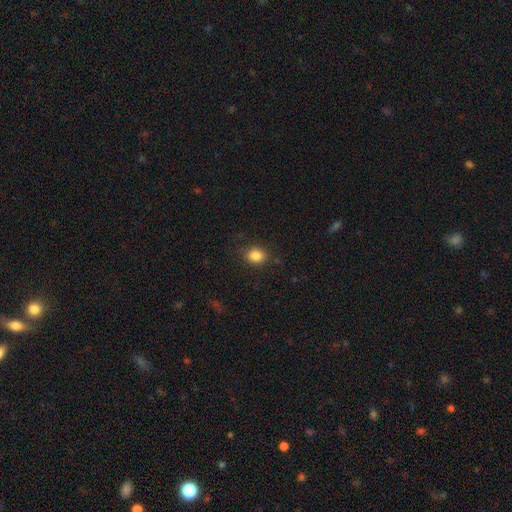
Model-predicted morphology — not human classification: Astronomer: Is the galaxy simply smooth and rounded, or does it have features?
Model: smooth — 85%.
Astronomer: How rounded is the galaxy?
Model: round — 56% (runner-up: in between, 43%).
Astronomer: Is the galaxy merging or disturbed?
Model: none — 82%.